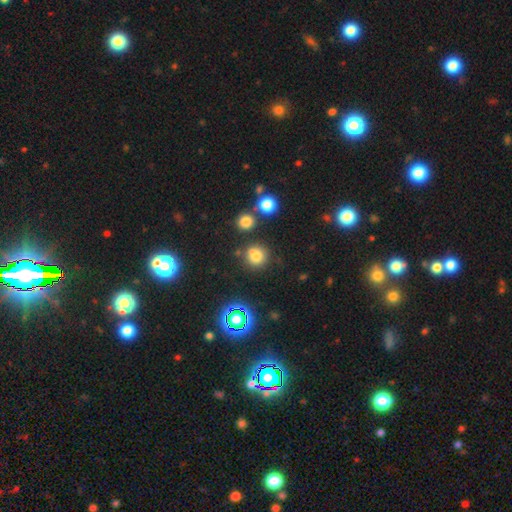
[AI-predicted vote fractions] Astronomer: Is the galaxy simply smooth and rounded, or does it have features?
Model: smooth — 73%.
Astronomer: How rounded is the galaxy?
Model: round — 88%.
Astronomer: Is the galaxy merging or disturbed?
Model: none — 71%.